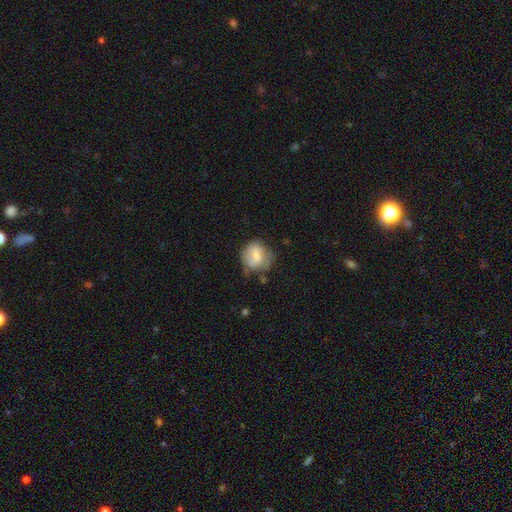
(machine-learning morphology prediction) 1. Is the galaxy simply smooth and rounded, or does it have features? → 55% smooth, 37% featured or disk, 7% star or artifact.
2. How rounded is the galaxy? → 77% round, 22% in between, 1% cigar-shaped.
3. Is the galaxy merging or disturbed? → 52% none, 31% minor disturbance, 13% major disturbance, 4% merger.